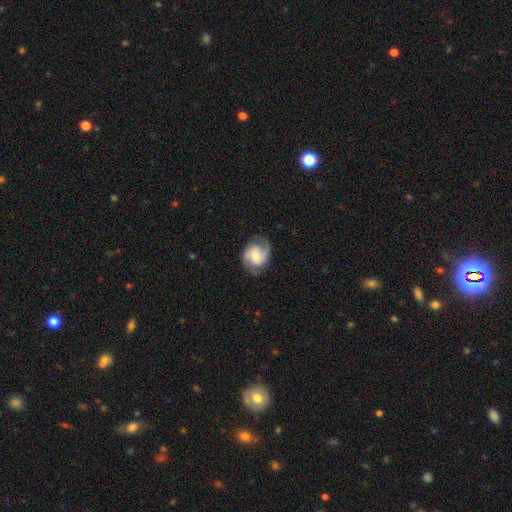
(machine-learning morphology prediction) Smooth or featured? Predicted: featured or disk (p=0.66). Edge-on disk? Predicted: no (p=0.97). Bar? Predicted: no (p=0.54). Spiral arms? Predicted: yes (p=0.92). Spiral winding? Predicted: medium (p=0.46). Spiral arm count? Predicted: 2 (p=0.81). Bulge size? Predicted: moderate (p=0.50). Merging? Predicted: none (p=0.72).